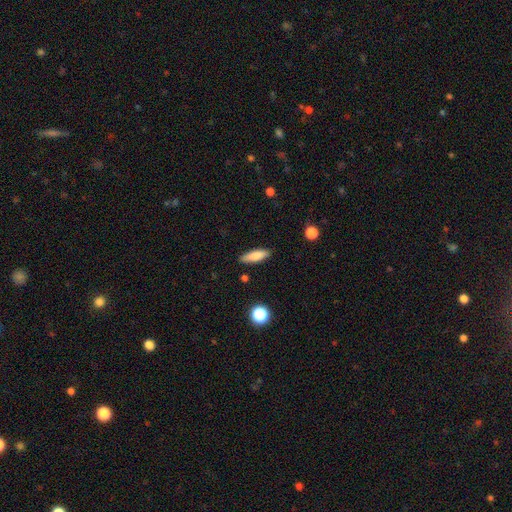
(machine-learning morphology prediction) Q: Smooth or featured?
A: smooth (80%); runner-up: featured or disk (13%)
Q: How rounded?
A: cigar-shaped (55%); runner-up: in between (43%)
Q: Merging?
A: none (87%); runner-up: minor disturbance (10%)